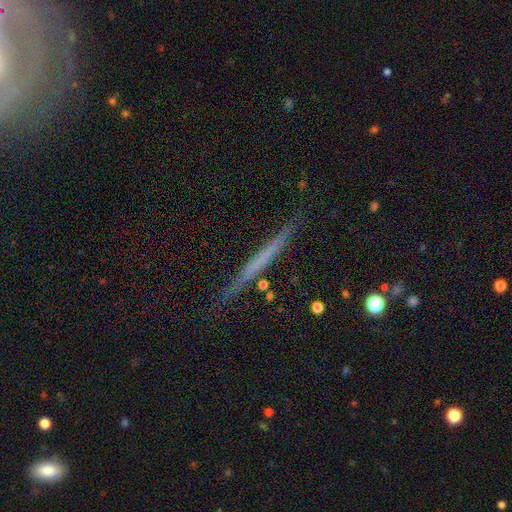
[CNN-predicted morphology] featured or disk 53%, smooth 39%, star or artifact 8%. Down the decision tree: edge-on disk — yes (97%); edge-on bulge — none (91%); merging — none (89%).